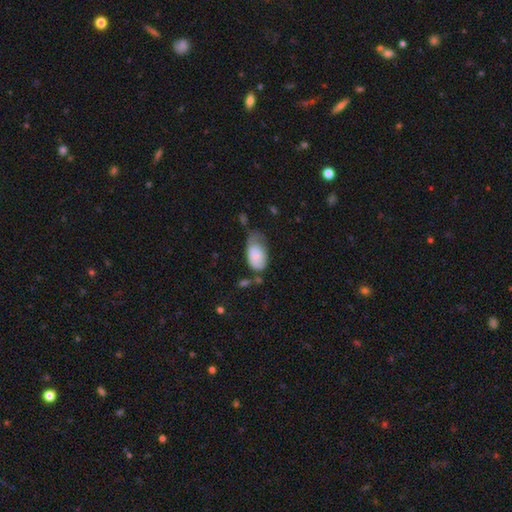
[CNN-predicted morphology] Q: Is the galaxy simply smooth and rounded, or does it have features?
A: smooth — 77%.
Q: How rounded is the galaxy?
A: in between — 93%.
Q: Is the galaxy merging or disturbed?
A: minor disturbance — 41%.